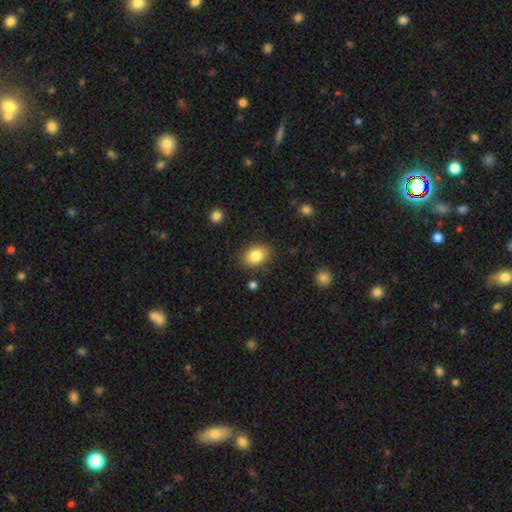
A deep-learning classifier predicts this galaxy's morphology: Q: Smooth or featured?
A: smooth (84%); runner-up: star or artifact (8%)
Q: How rounded?
A: in between (78%); runner-up: round (21%)
Q: Merging?
A: none (84%); runner-up: minor disturbance (11%)